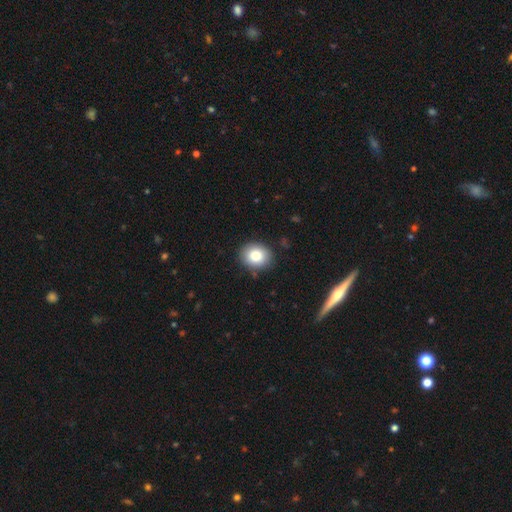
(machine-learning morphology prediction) Smooth or featured? Predicted: smooth (p=0.83). How rounded? Predicted: round (p=0.61). Merging? Predicted: none (p=0.87).